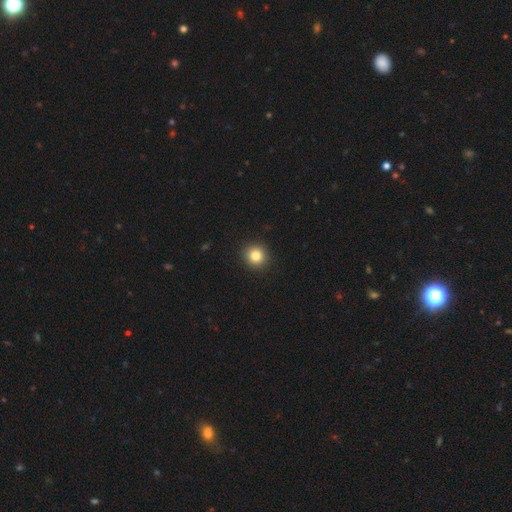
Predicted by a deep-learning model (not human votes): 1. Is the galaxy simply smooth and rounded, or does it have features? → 82% smooth, 11% star or artifact, 6% featured or disk.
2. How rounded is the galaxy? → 91% round, 8% in between, 1% cigar-shaped.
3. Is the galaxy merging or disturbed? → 93% none, 5% minor disturbance, 2% major disturbance, 1% merger.